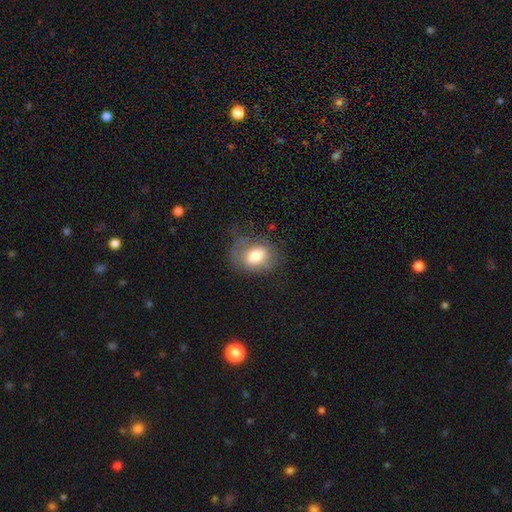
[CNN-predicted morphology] A smooth galaxy with no disk features (73%) that is in between round and cigar-shaped (61%). Merging: none (51%).